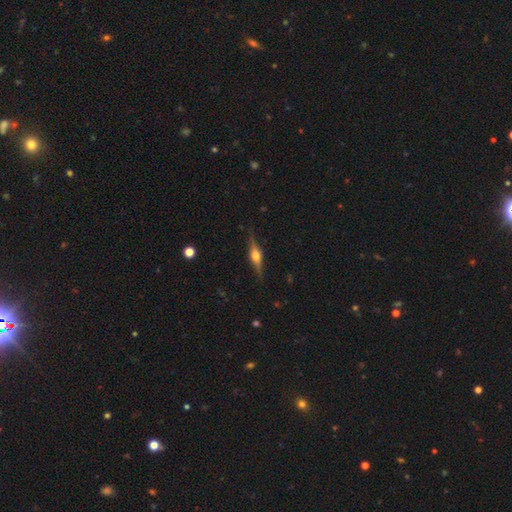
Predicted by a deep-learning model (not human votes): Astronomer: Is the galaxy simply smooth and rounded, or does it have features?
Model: featured or disk — 71%.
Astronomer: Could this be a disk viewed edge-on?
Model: yes — 97%.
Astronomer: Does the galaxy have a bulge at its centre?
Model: rounded — 92%.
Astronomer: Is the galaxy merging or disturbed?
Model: none — 86%.